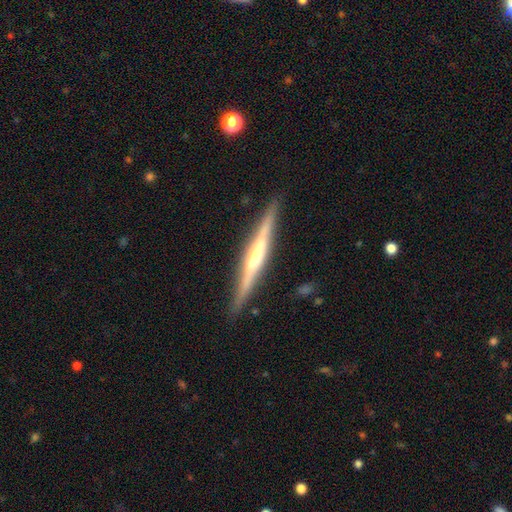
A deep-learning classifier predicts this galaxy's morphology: type=featured or disk (74%); edge-on=yes (97%); edge-on bulge=rounded (62%); merging=none (89%).